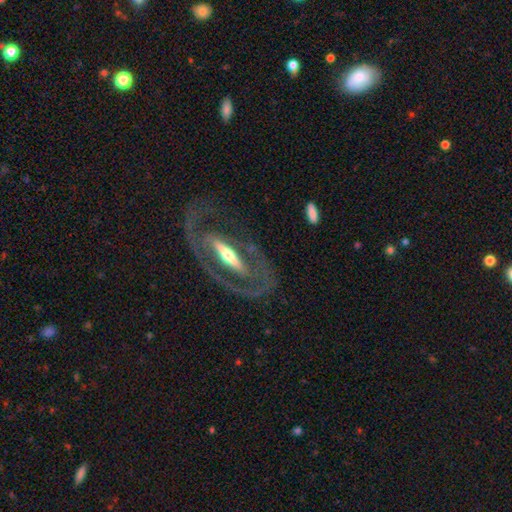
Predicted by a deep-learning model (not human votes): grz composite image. It shows a featured or disk galaxy (85%) with a strong bar (46%), 2 (81%) medium (45%) spiral arms (80%) and a moderate central bulge (62%). Merging: none (73%).